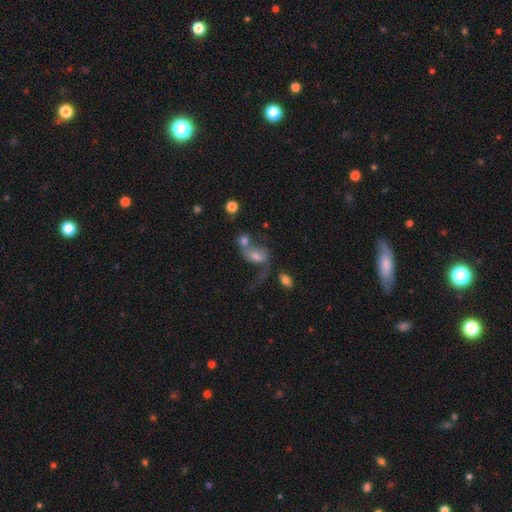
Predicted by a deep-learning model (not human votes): Overall: smooth (45%; featured or disk 40%). Merging: merger (48%; none 21%).